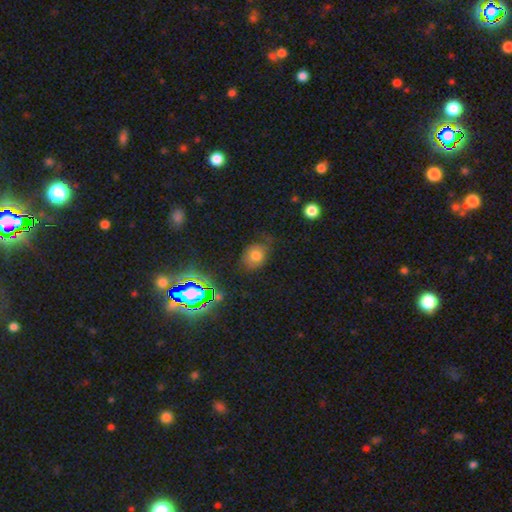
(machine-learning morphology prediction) smooth 60%, featured or disk 20%, star or artifact 20%. Down the decision tree: how rounded — round (53%); merging — none (58%).